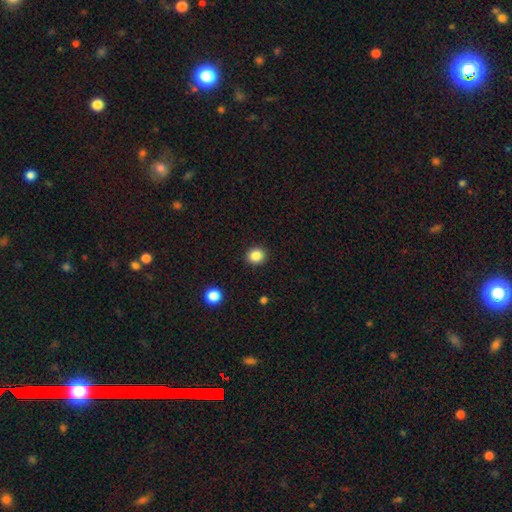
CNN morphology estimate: Overall: smooth (86%). How rounded: round (82%). Merging: none (92%).